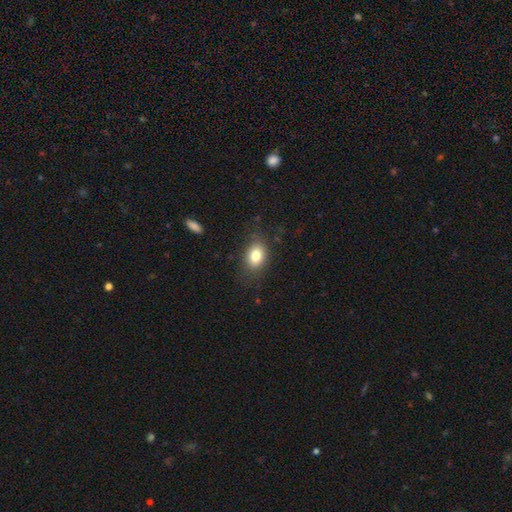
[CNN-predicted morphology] A smooth galaxy with no disk features (81%) that is in between round and cigar-shaped (75%). Merging: none (79%).